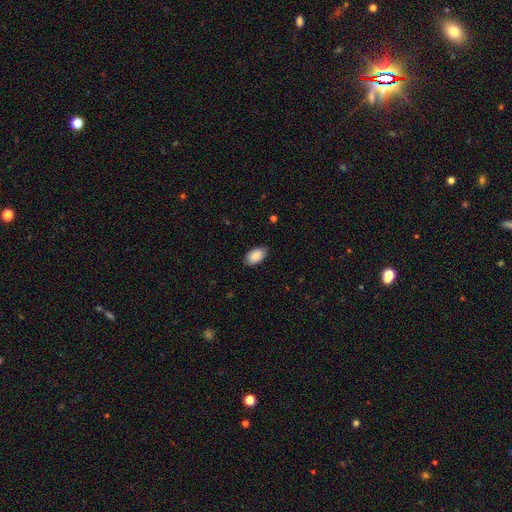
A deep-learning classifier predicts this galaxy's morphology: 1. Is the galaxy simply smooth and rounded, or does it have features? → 88% smooth, 6% star or artifact, 6% featured or disk.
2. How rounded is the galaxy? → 95% in between, 4% round, 2% cigar-shaped.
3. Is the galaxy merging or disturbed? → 83% none, 14% minor disturbance, 3% major disturbance, 1% merger.